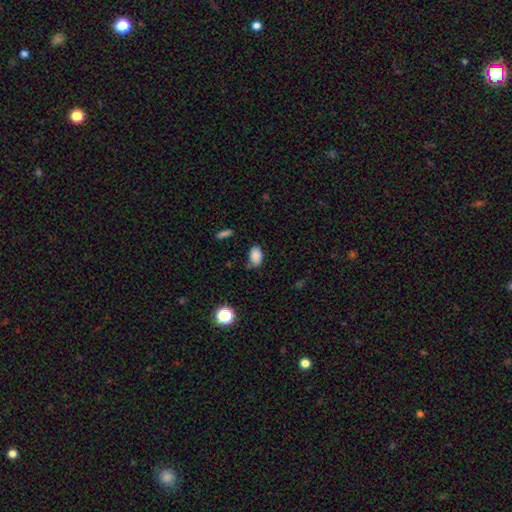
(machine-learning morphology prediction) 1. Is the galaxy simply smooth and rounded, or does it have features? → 85% smooth, 10% star or artifact, 5% featured or disk.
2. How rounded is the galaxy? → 88% in between, 11% round, 2% cigar-shaped.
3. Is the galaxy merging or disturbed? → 64% none, 26% minor disturbance, 6% major disturbance, 3% merger.